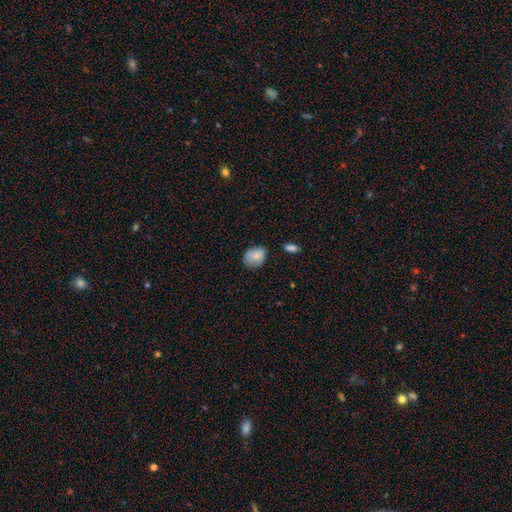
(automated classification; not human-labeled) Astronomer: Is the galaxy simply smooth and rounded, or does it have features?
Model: smooth — 80%.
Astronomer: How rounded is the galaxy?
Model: in between — 59% (runner-up: round, 40%).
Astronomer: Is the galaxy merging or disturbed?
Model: none — 63%.